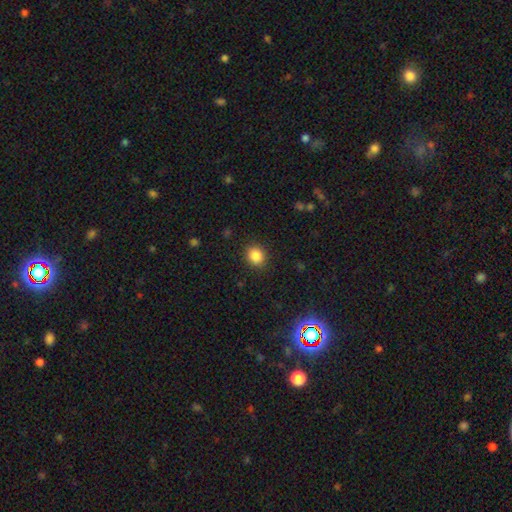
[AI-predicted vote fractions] This is clearly a smooth galaxy (85%). How rounded: likely round (75%). Merging: clearly none (89%).